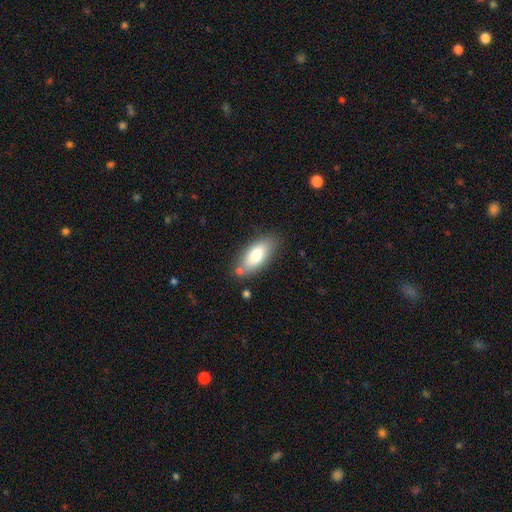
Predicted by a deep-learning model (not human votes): Smooth or featured: smooth — 77% (featured or disk — 16%)
How rounded: in between — 85% (cigar-shaped — 13%)
Merging: none — 76% (minor disturbance — 14%)